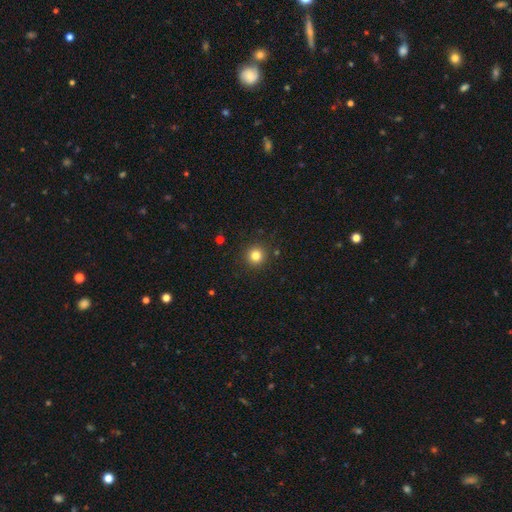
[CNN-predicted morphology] type=smooth (81%); roundness=round (95%); merging=none (91%).